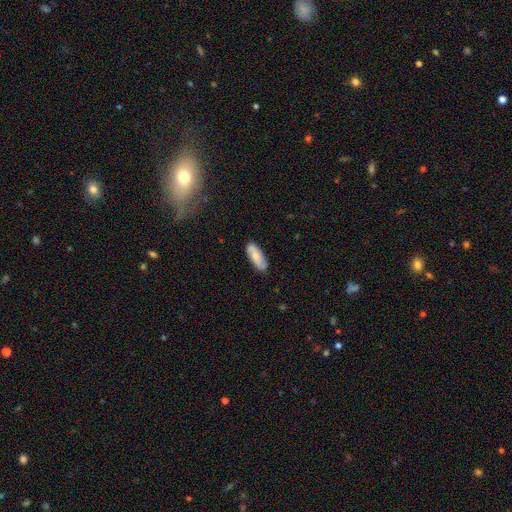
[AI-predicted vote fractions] A smooth galaxy with no disk features (58%) that is in between round and cigar-shaped (71%). Merging: none (83%).